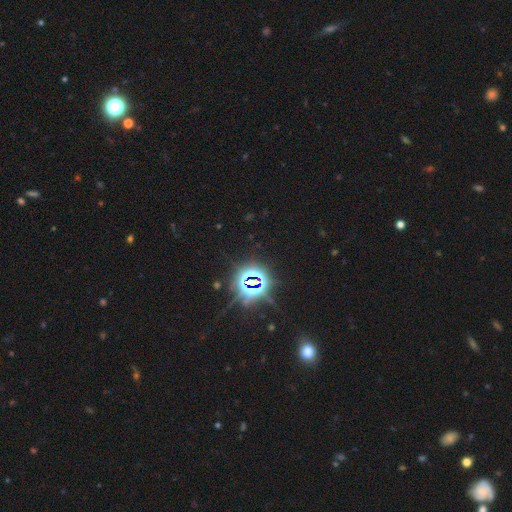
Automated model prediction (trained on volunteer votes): Q: Smooth or featured?
A: star or artifact (83%); runner-up: smooth (11%)